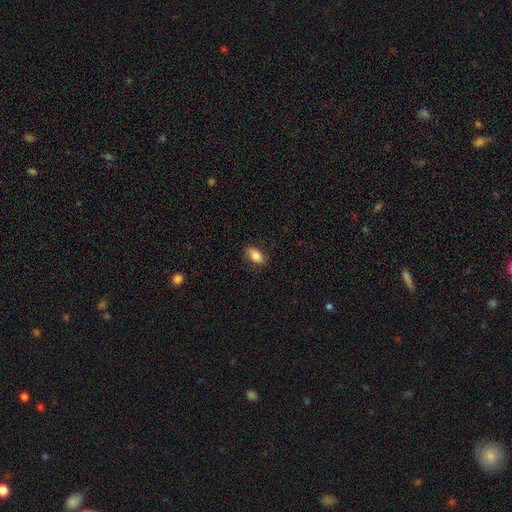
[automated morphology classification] A smooth galaxy with no disk features (82%) that is in between round and cigar-shaped (90%). Merging: none (77%).